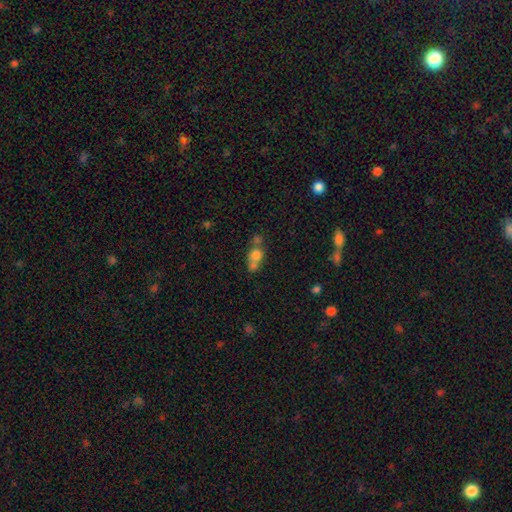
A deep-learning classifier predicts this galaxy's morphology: This is likely a smooth galaxy (70%). How rounded: likely round (67%). Merging: possibly merger (58%).